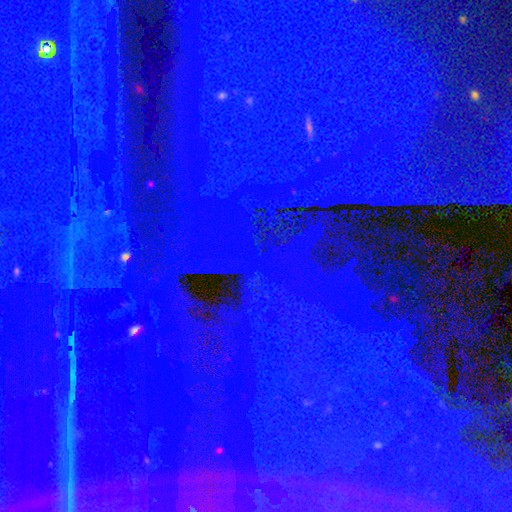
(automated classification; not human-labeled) Overall: star or artifact (87%).